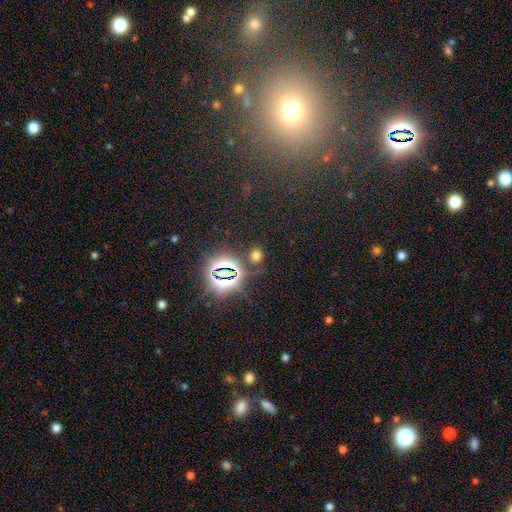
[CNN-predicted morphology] This appears to be a smooth galaxy with no disk features (51%) that is round (67%). Merging: none (82%).